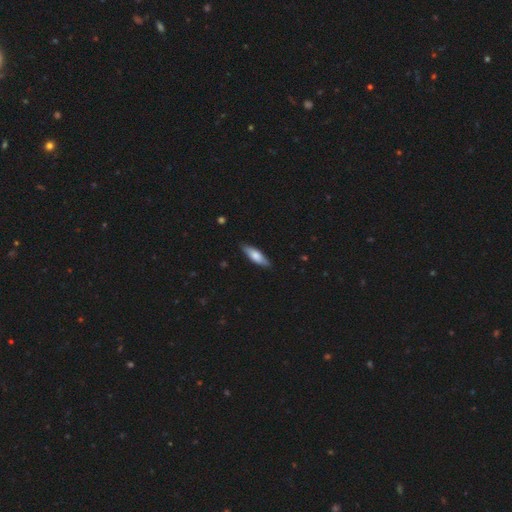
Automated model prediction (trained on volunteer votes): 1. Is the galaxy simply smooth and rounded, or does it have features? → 67% smooth, 28% featured or disk, 6% star or artifact.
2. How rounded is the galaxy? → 50% in between, 48% cigar-shaped, 2% round.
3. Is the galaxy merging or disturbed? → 85% none, 12% minor disturbance, 2% major disturbance, 1% merger.